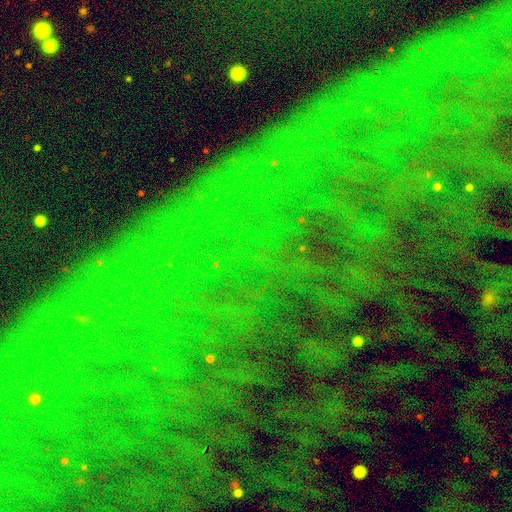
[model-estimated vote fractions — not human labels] Smooth or featured: star or artifact — 83% (smooth — 9%)